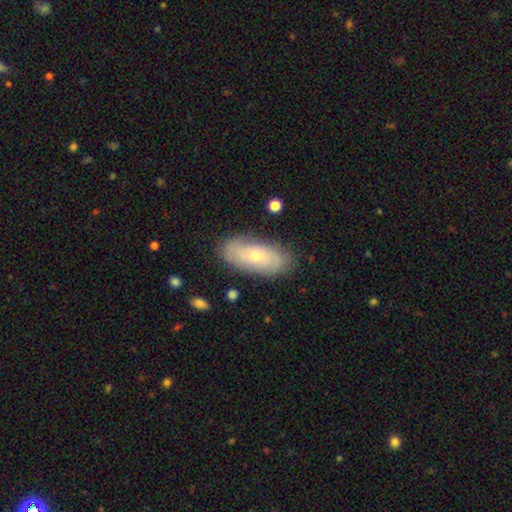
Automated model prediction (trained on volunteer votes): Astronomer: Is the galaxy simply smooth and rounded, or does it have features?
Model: smooth — 53% (runner-up: featured or disk, 41%).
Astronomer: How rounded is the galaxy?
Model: in between — 86%.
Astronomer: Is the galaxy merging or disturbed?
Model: none — 81%.